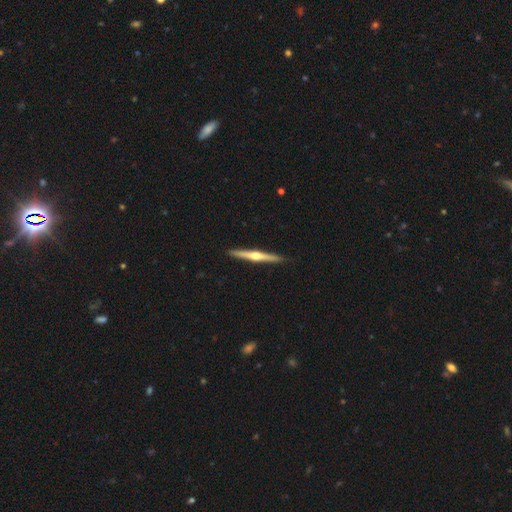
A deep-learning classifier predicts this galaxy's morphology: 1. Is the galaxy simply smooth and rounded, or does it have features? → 72% featured or disk, 24% smooth, 5% star or artifact.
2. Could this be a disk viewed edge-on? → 98% yes, 2% no.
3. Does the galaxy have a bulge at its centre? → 91% rounded, 6% none, 3% boxy.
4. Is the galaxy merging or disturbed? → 91% none, 6% minor disturbance, 1% major disturbance, 1% merger.